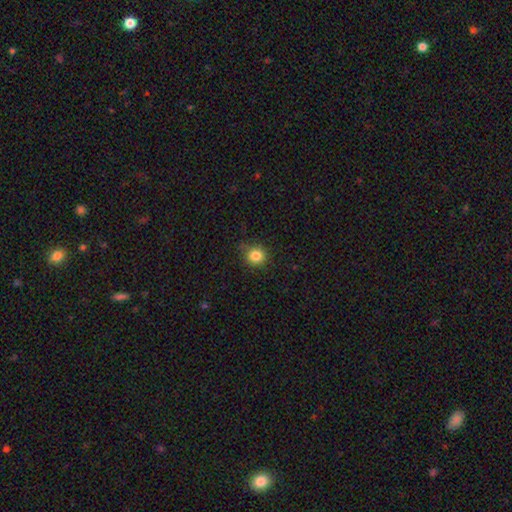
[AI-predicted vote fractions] A smooth galaxy with no disk features (84%) that is round (90%). Merging: none (83%).